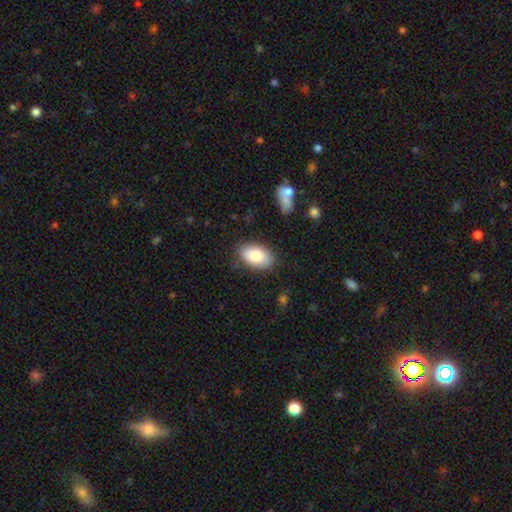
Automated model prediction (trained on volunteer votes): The model was most divided on "smooth or featured": smooth: 82%, featured or disk: 12%, star or artifact: 6%. More confident: how rounded — in between (93%); merging — none (83%).